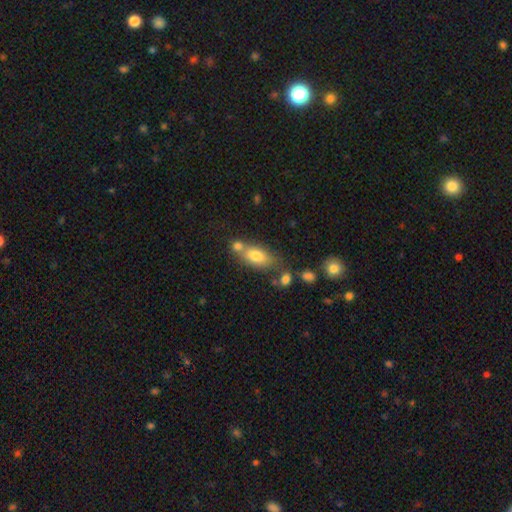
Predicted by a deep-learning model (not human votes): A smooth galaxy with no disk features (75%) that is in between round and cigar-shaped (81%).

Vote fractions:
- Smooth or featured? smooth: 75% / featured or disk: 17% / star or artifact: 8%
- How rounded? in between: 81% / cigar-shaped: 11% / round: 7%
- Merging? none: 46% / merger: 34% / minor disturbance: 15% / major disturbance: 5%